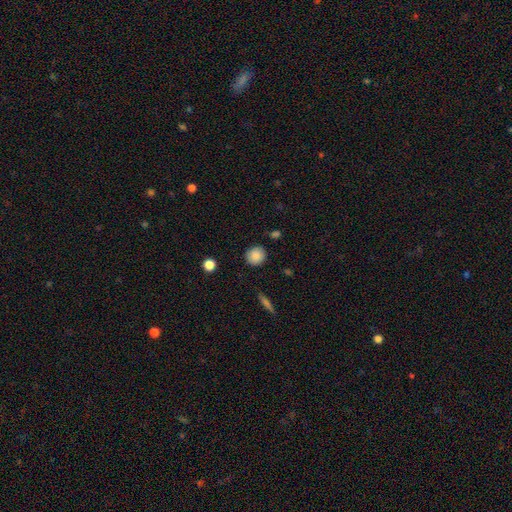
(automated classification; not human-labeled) A smooth galaxy with no disk features (86%) that is round (88%).

Vote fractions:
- Smooth or featured? smooth: 86% / star or artifact: 8% / featured or disk: 6%
- How rounded? round: 88% / in between: 11% / cigar-shaped: 1%
- Merging? none: 88% / minor disturbance: 8% / major disturbance: 2% / merger: 2%